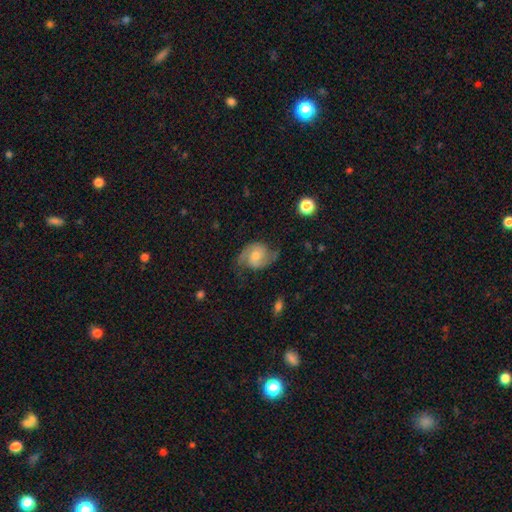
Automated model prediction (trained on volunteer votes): Morphology: type=featured or disk (82%); edge-on=no (98%); bar=no (59%); spiral arms=yes (96%); winding=medium (50%); arm count=2 (92%); bulge=moderate (52%); merging=none (74%).